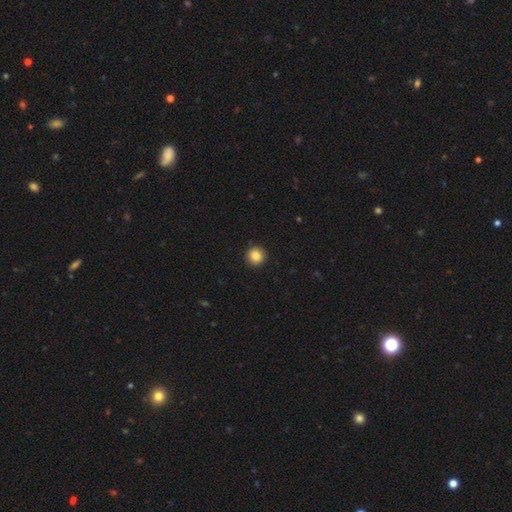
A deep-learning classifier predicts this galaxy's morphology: Smooth or featured: smooth — 86% (star or artifact — 9%)
How rounded: round — 94% (in between — 5%)
Merging: none — 92% (minor disturbance — 6%)